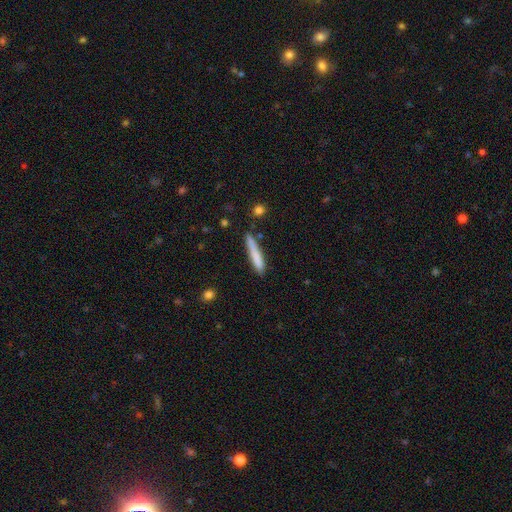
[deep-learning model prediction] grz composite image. It shows a smooth galaxy with no disk features (78%) that is cigar-shaped (93%). Merging: none (78%).